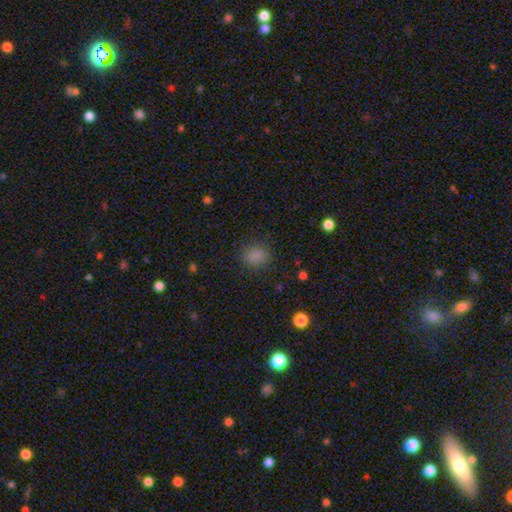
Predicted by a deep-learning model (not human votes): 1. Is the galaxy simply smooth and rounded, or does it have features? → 82% smooth, 13% star or artifact, 5% featured or disk.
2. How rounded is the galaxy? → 62% round, 37% in between, 1% cigar-shaped.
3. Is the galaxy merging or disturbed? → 83% none, 11% minor disturbance, 4% major disturbance, 1% merger.